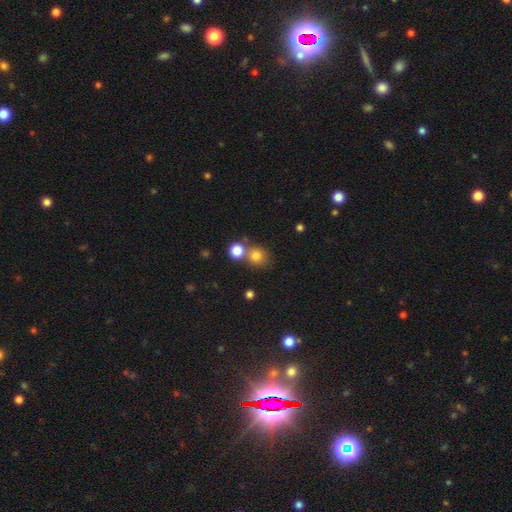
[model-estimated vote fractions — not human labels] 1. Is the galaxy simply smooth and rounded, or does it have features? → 79% smooth, 14% star or artifact, 7% featured or disk.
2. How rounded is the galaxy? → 83% round, 16% in between, 1% cigar-shaped.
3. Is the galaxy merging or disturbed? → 57% none, 31% merger, 8% minor disturbance, 4% major disturbance.